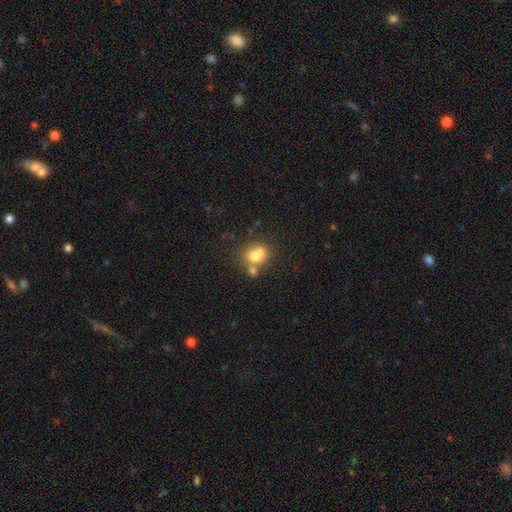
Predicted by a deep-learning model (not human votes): A smooth galaxy with no disk features (69%) that is round (65%). Merging: merger (45%).